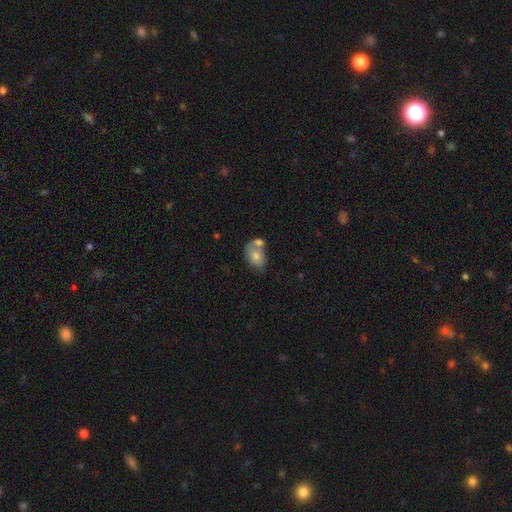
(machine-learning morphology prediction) This is likely a smooth galaxy (74%). How rounded: likely in between (78%). Merging: marginally merger (45%).